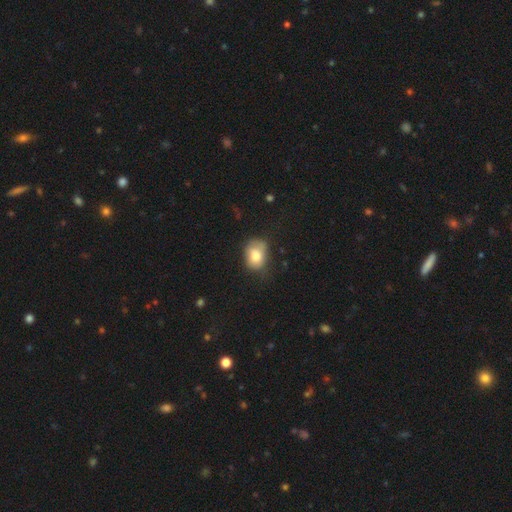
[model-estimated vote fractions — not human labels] Smooth or featured? smooth (79%)
How rounded? in between (65%)
Merging? none (51%)